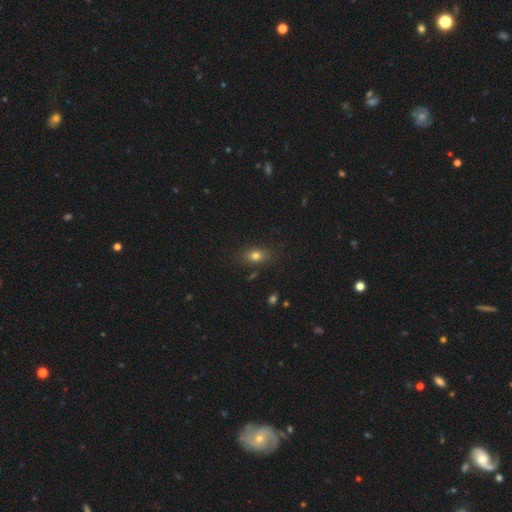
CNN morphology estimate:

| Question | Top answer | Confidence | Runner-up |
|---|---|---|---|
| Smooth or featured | smooth | 78% | star or artifact (12%) |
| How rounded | in between | 74% | round (22%) |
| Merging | none | 82% | minor disturbance (13%) |